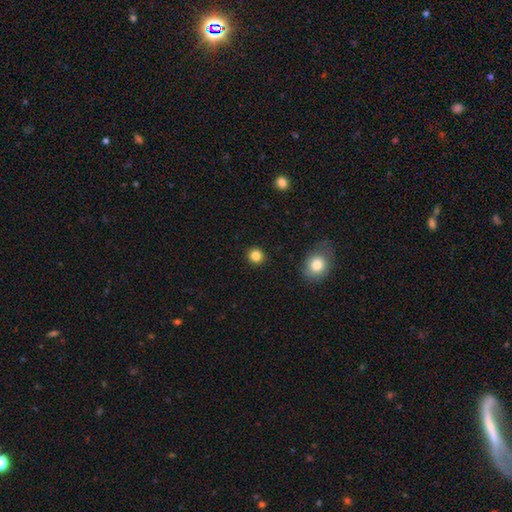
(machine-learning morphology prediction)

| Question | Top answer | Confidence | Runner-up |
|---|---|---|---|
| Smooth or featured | smooth | 84% | star or artifact (12%) |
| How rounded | round | 92% | in between (7%) |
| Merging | none | 92% | minor disturbance (5%) |